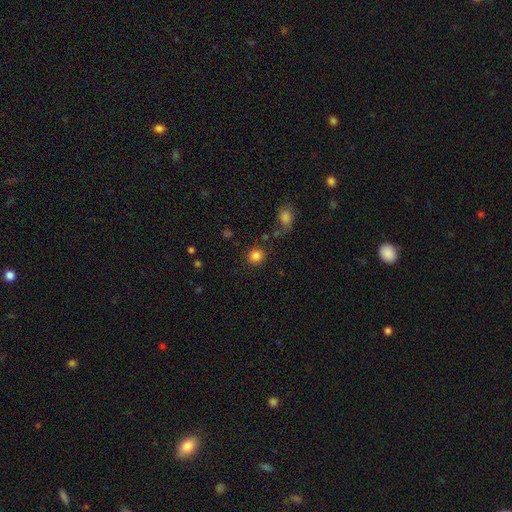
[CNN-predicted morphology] Q: Smooth or featured?
A: smooth (84%); runner-up: star or artifact (12%)
Q: How rounded?
A: round (83%); runner-up: in between (16%)
Q: Merging?
A: none (82%); runner-up: minor disturbance (10%)